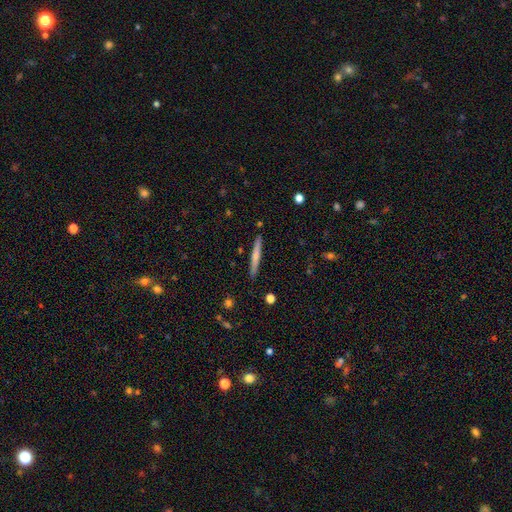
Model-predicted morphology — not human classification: Q: Smooth or featured?
A: smooth (59%); runner-up: featured or disk (35%)
Q: How rounded?
A: cigar-shaped (96%); runner-up: in between (3%)
Q: Merging?
A: none (90%); runner-up: minor disturbance (7%)